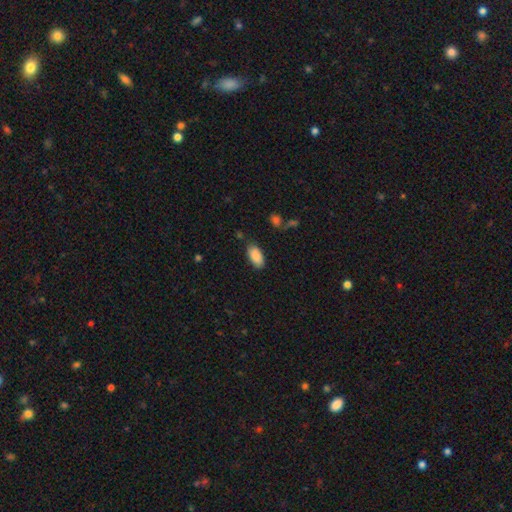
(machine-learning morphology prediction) Overall: smooth (89%). How rounded: in between (93%). Merging: none (82%).